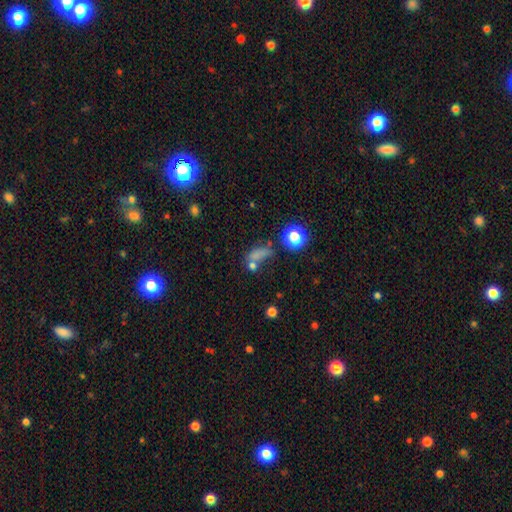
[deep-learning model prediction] A smooth galaxy with no disk features (62%) that is in between round and cigar-shaped (50%).

Vote fractions:
- Smooth or featured? smooth: 62% / star or artifact: 25% / featured or disk: 13%
- How rounded? in between: 50% / cigar-shaped: 27% / round: 24%
- Merging? none: 46% / merger: 23% / minor disturbance: 17% / major disturbance: 14%